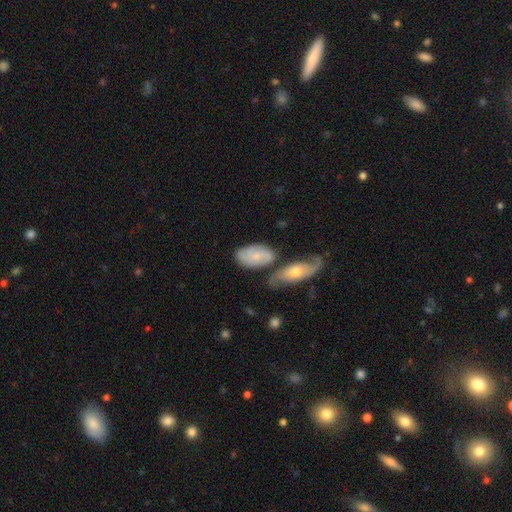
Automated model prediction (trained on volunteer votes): This appears to be a featured or disk galaxy (50%). Merging: none (50%).